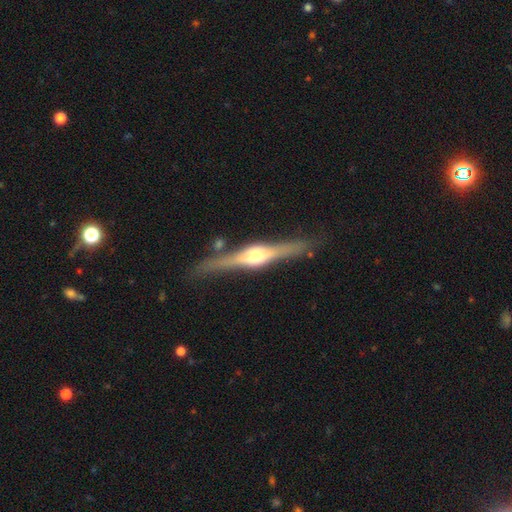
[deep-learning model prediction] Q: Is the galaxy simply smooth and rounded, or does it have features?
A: featured or disk — 79%.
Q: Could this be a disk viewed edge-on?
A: yes — 97%.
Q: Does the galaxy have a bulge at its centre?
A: rounded — 91%.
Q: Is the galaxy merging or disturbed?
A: none — 83%.